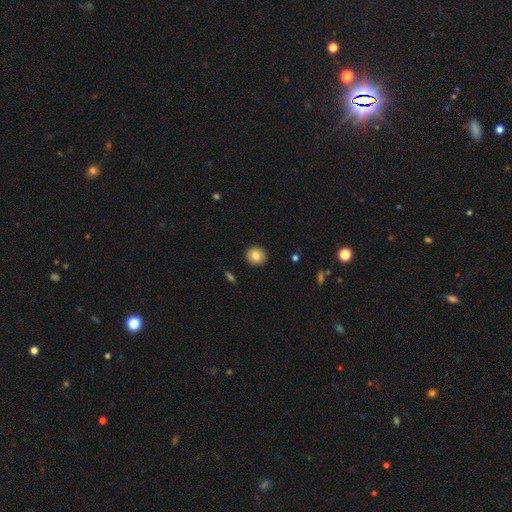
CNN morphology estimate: Q: Smooth or featured?
A: smooth (82%); runner-up: featured or disk (10%)
Q: How rounded?
A: round (88%); runner-up: in between (11%)
Q: Merging?
A: none (91%); runner-up: minor disturbance (6%)